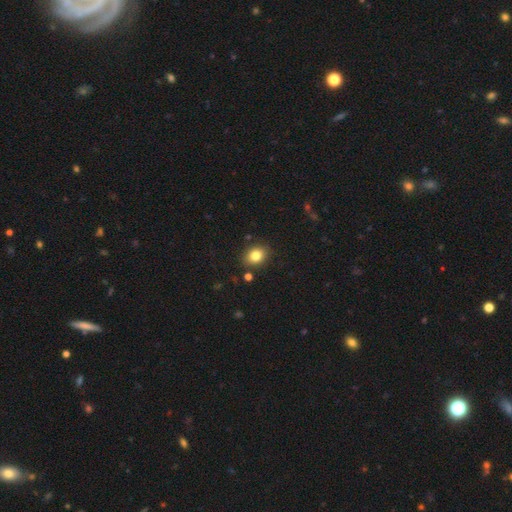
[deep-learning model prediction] This appears to be a smooth galaxy with no disk features (82%) that is in between round and cigar-shaped (57%). Merging: none (85%).